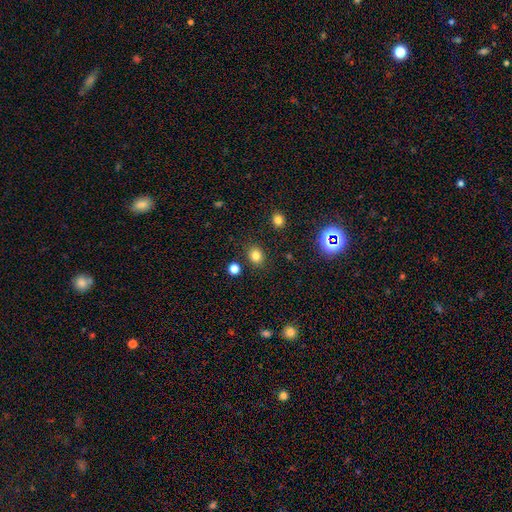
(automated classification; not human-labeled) Morphology: type=smooth (81%); roundness=round (64%); merging=none (85%).